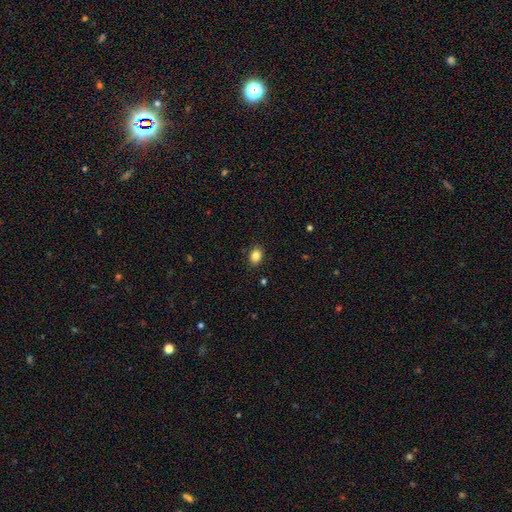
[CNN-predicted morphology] This appears to be a smooth galaxy with no disk features (85%) that is in between round and cigar-shaped (63%). Merging: none (89%).